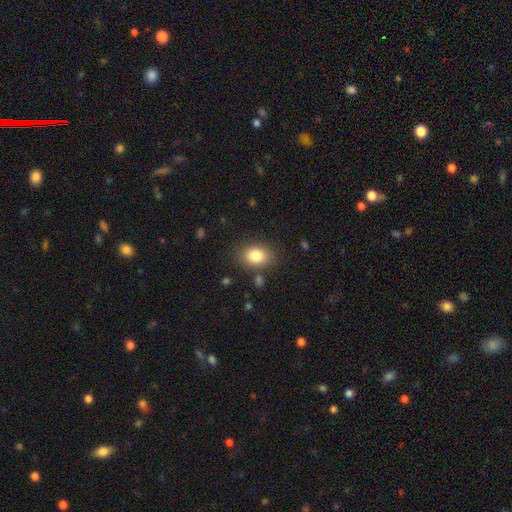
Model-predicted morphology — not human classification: This appears to be a smooth galaxy with no disk features (83%) that is in between round and cigar-shaped (72%). Merging: none (81%).